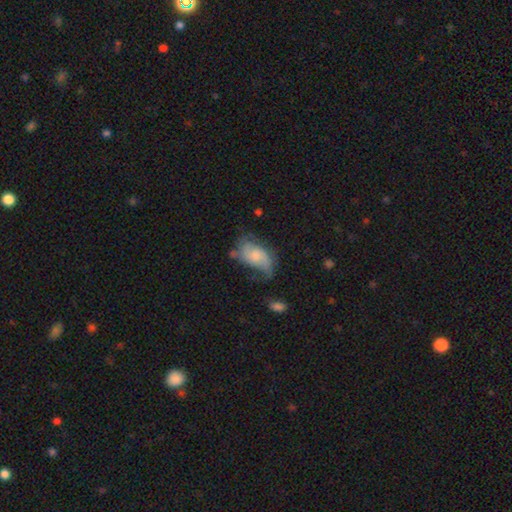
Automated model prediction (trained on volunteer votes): Morphology: type=featured or disk (53%); edge-on=no (96%); bar=no (67%); spiral arms=yes (82%); bulge=small (39%); merging=none (39%).